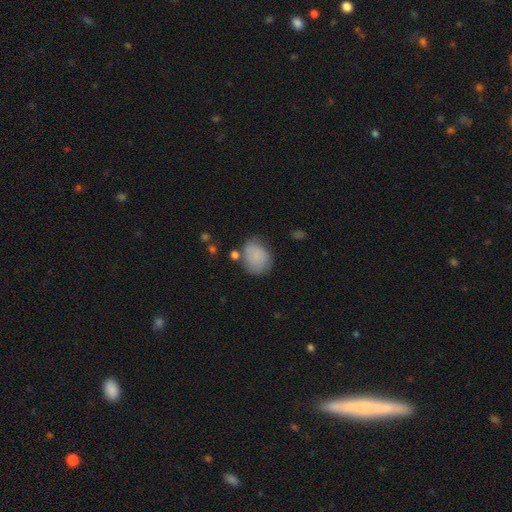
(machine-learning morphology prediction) Q: Smooth or featured?
A: smooth (80%); runner-up: featured or disk (12%)
Q: How rounded?
A: round (51%); runner-up: in between (48%)
Q: Merging?
A: none (57%); runner-up: minor disturbance (27%)